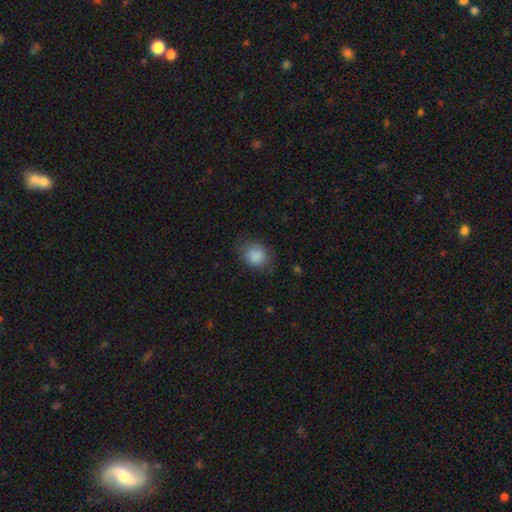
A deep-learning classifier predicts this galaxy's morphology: Smooth or featured: smooth — 87% (star or artifact — 8%)
How rounded: round — 63% (in between — 36%)
Merging: none — 72% (minor disturbance — 21%)